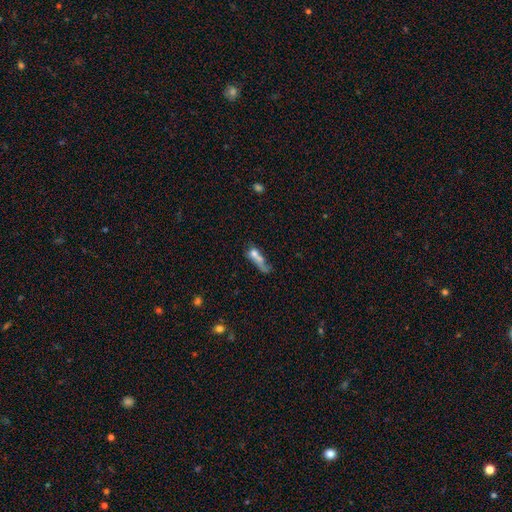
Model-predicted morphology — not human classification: type=smooth (57%); roundness=in between (44%); merging=merger (44%).